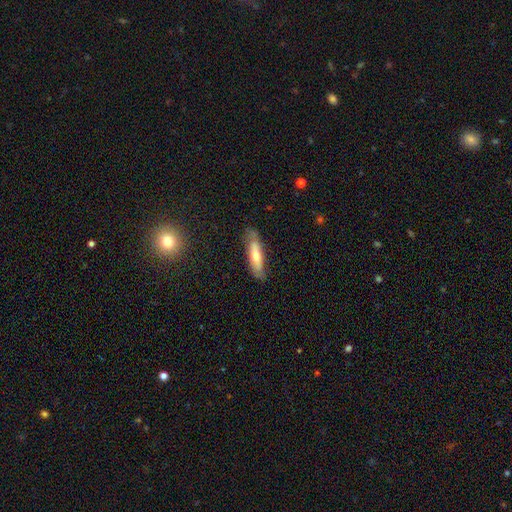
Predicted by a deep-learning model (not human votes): Overall: smooth (48%; featured or disk 44%). Merging: none (77%).